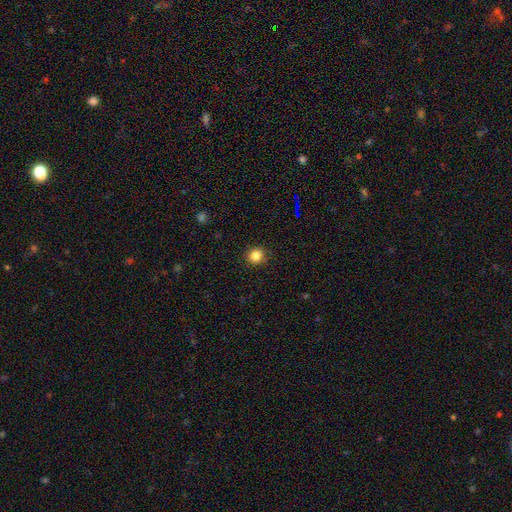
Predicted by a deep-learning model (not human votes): Smooth or featured?
  - smooth: 83% *
  - star or artifact: 12%
  - featured or disk: 5%
How rounded?
  - round: 88% *
  - in between: 11%
  - cigar-shaped: 1%
Merging?
  - none: 89% *
  - minor disturbance: 8%
  - major disturbance: 2%
  - merger: 1%